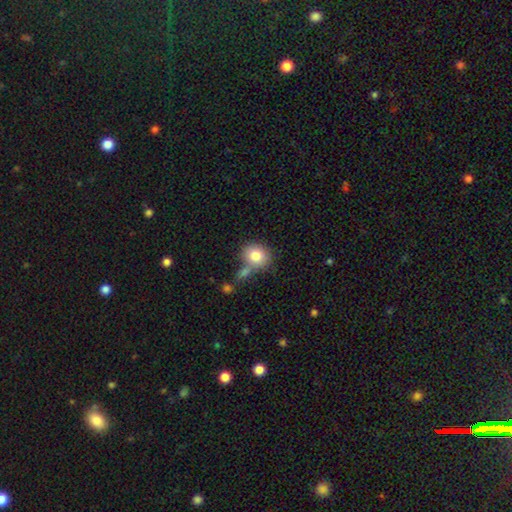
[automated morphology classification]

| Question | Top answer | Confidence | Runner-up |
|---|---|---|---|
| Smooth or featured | smooth | 81% | featured or disk (11%) |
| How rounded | round | 75% | in between (24%) |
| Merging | none | 56% | merger (23%) |